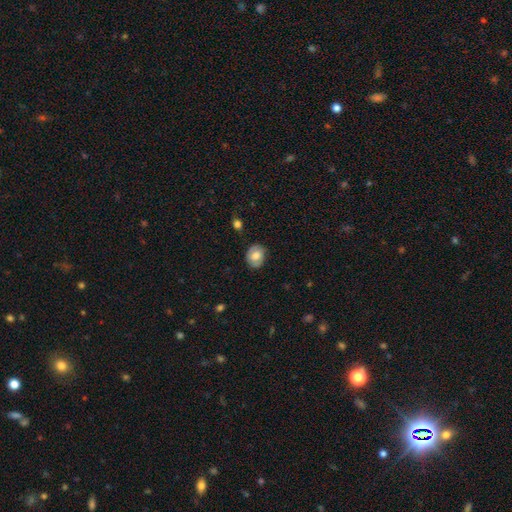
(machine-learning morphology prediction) Smooth or featured? Predicted: smooth (p=0.69). How rounded? Predicted: round (p=0.50). Merging? Predicted: none (p=0.81).